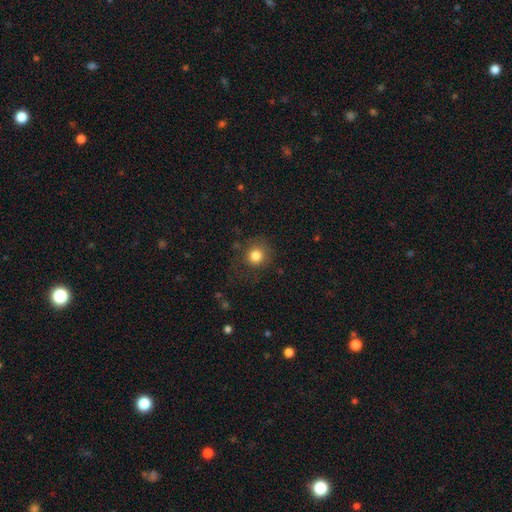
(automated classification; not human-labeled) The model was most divided on "merging": none: 76%, minor disturbance: 14%, major disturbance: 8%, merger: 2%. More confident: how rounded — round (90%); smooth or featured — smooth (82%).